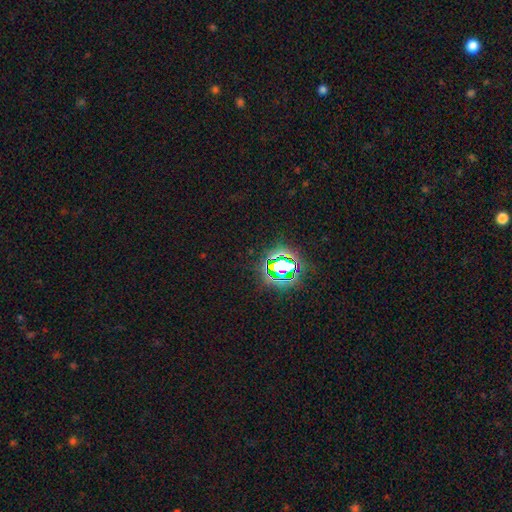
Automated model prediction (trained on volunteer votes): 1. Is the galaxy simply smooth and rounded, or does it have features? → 80% star or artifact, 12% smooth, 7% featured or disk.